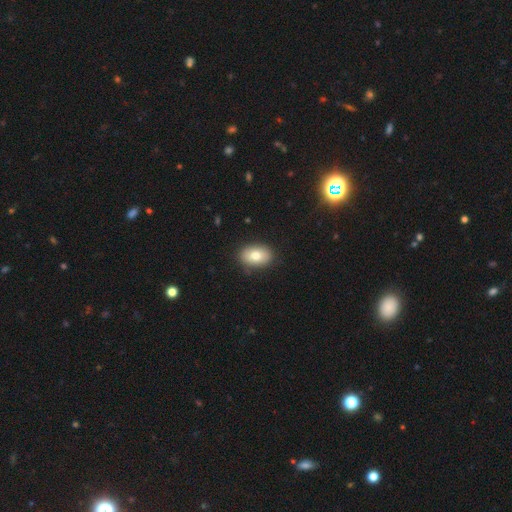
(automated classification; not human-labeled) This is likely a smooth galaxy (79%). How rounded: clearly in between (85%). Merging: clearly none (86%).